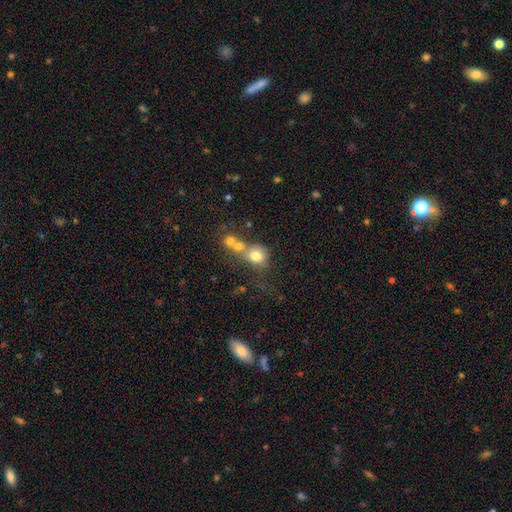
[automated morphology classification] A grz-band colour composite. It shows a smooth galaxy with no disk features (71%) that is round (72%). Merging: merger (53%).